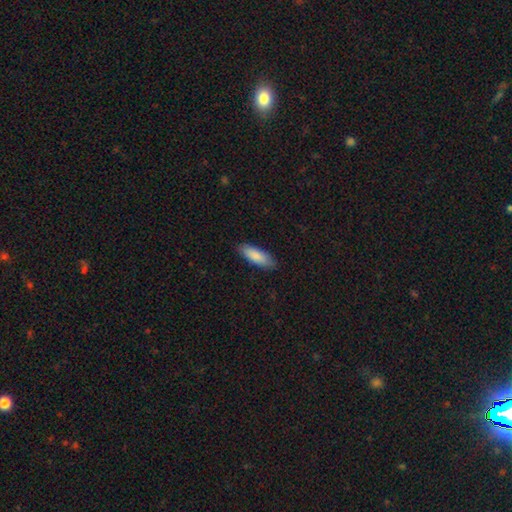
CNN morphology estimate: A smooth galaxy with no disk features (88%) that is in between round and cigar-shaped (63%). Merging: none (87%).